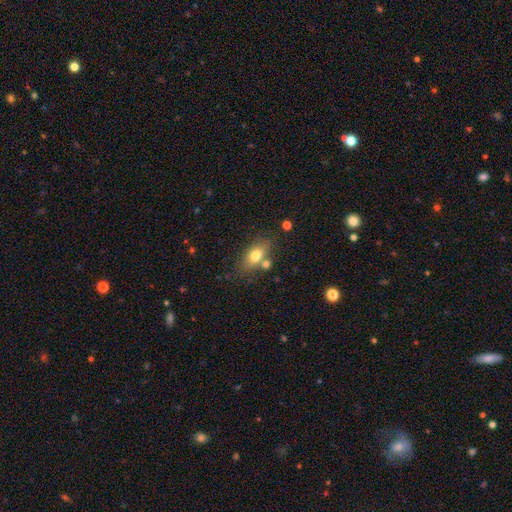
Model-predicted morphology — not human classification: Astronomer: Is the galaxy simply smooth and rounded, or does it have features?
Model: smooth — 74%.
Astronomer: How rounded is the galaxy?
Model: in between — 82%.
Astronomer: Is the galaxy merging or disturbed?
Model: none — 65%.